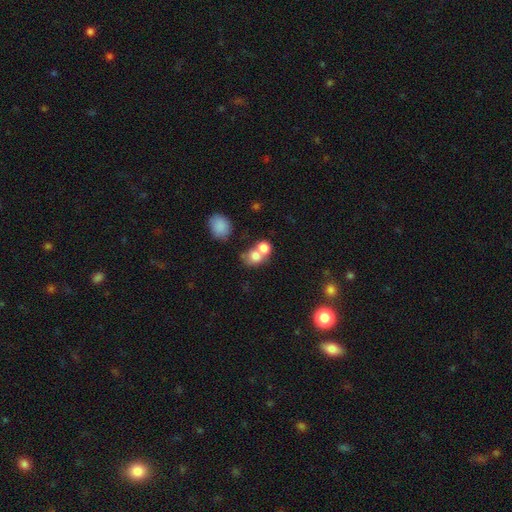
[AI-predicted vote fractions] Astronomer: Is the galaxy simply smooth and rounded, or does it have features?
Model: smooth — 74%.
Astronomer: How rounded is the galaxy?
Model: round — 59% (runner-up: in between, 40%).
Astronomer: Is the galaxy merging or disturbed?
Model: merger — 62%.